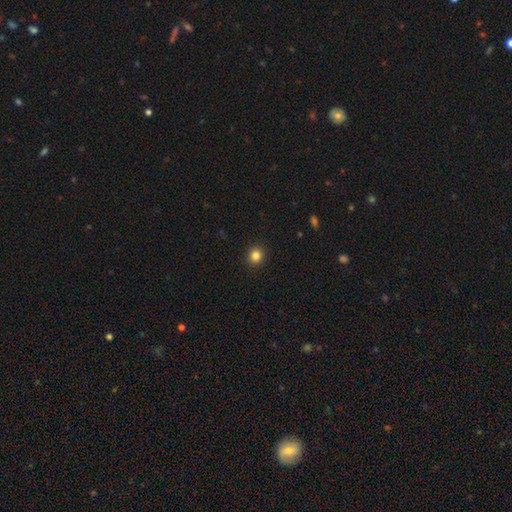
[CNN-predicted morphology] smooth-or-featured: smooth: 84% | star or artifact: 12% | featured or disk: 4%
  how-rounded: round: 85% | in between: 14% | cigar-shaped: 1%
  merging: none: 92% | minor disturbance: 5% | major disturbance: 2% | merger: 1%